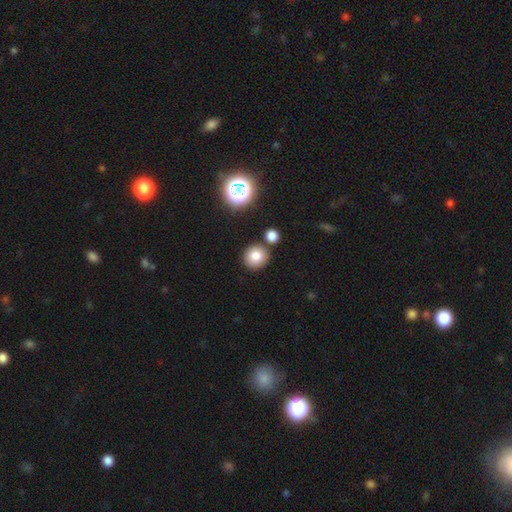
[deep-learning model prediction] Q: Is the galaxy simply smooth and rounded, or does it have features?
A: smooth — 80%.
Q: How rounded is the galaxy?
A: round — 86%.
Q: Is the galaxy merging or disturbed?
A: none — 79%.